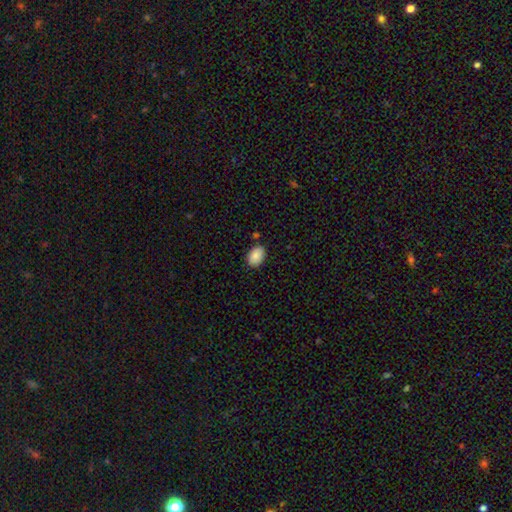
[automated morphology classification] A smooth galaxy with no disk features (88%) that is in between round and cigar-shaped (86%). Merging: none (85%).